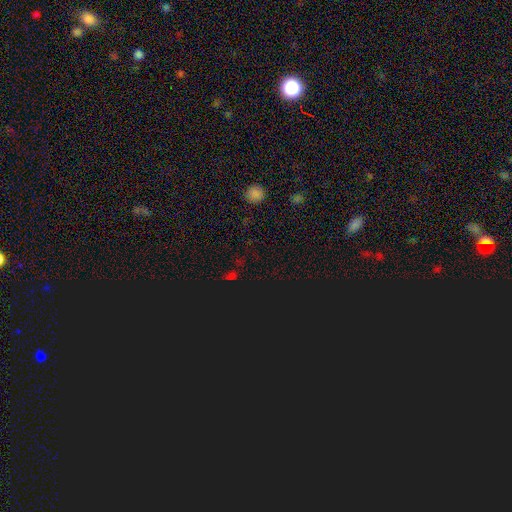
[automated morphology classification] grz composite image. It shows a star or artifact, not a galaxy (71%).